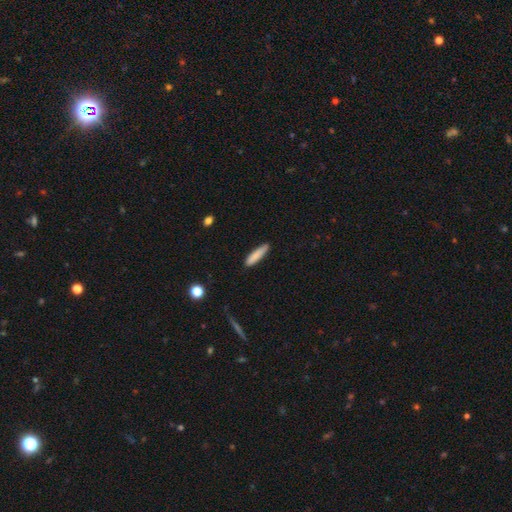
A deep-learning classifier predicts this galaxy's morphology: smooth-or-featured: smooth: 84% | featured or disk: 10% | star or artifact: 6%
  how-rounded: cigar-shaped: 82% | in between: 17% | round: 1%
  merging: none: 87% | minor disturbance: 10% | major disturbance: 2% | merger: 1%